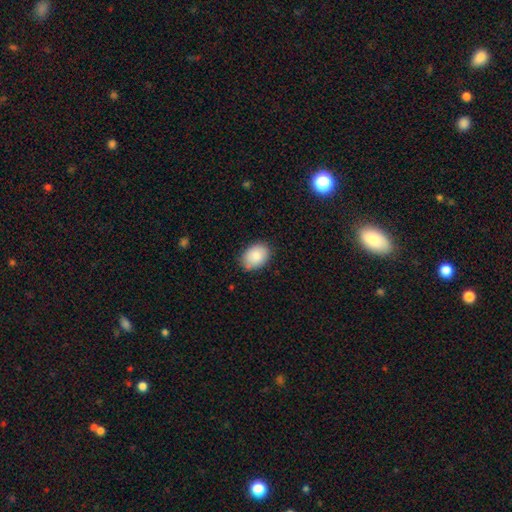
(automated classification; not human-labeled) Smooth or featured?
  - smooth: 86% *
  - featured or disk: 7%
  - star or artifact: 7%
How rounded?
  - in between: 75% *
  - round: 24%
  - cigar-shaped: 1%
Merging?
  - none: 81% *
  - minor disturbance: 15%
  - major disturbance: 3%
  - merger: 1%